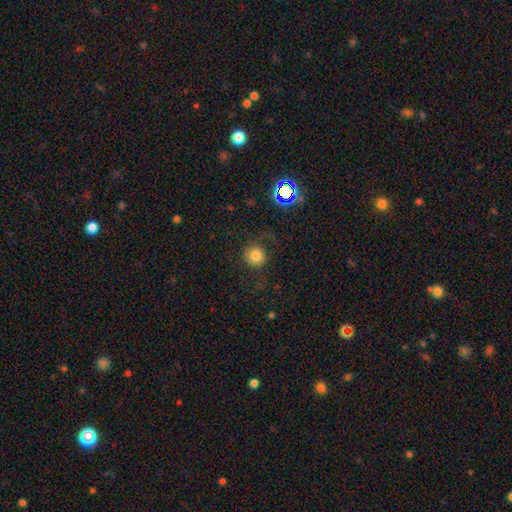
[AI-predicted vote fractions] smooth-or-featured: smooth: 75% | star or artifact: 14% | featured or disk: 11%
  how-rounded: round: 91% | in between: 8% | cigar-shaped: 1%
  merging: none: 72% | minor disturbance: 14% | major disturbance: 12% | merger: 2%